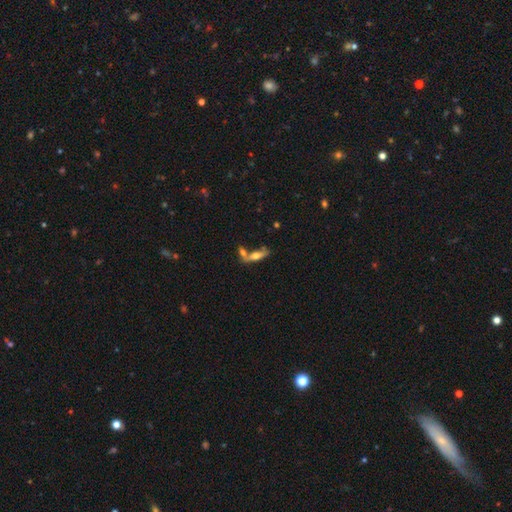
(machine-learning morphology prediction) This is possibly a smooth galaxy (49%). Merging: possibly none (50%).